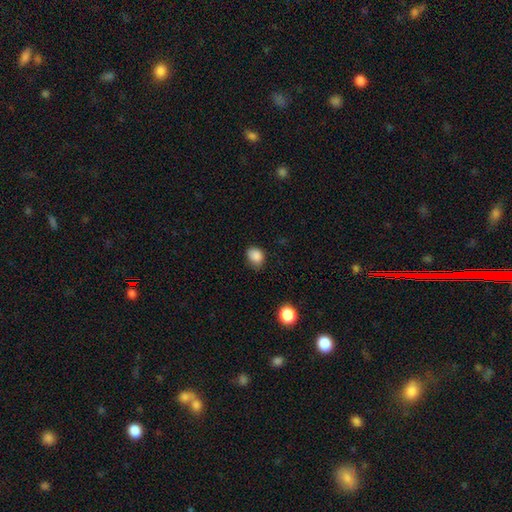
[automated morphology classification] Smooth or featured? Predicted: smooth (p=0.86). How rounded? Predicted: round (p=0.51). Merging? Predicted: none (p=0.68).